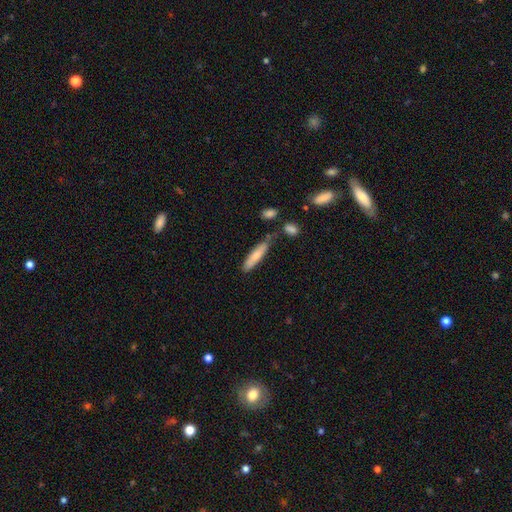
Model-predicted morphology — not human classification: This is likely a smooth galaxy (75%). How rounded: clearly cigar-shaped (82%). Merging: likely none (71%).